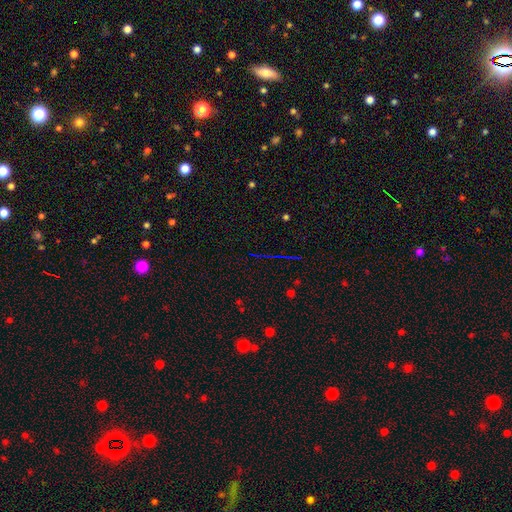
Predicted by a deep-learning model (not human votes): smooth-or-featured: star or artifact: 75% | smooth: 14% | featured or disk: 11%